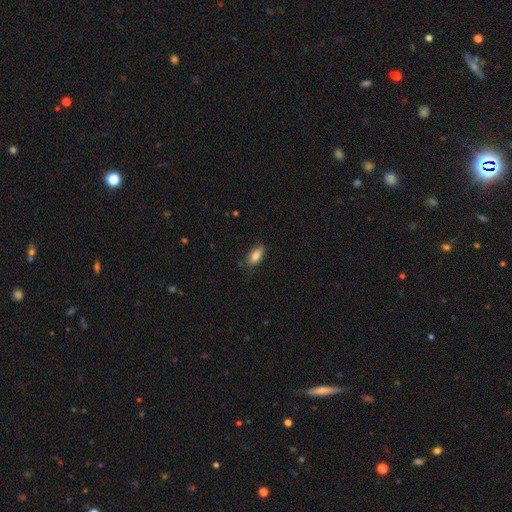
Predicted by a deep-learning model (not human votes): Smooth or featured? smooth (84%)
How rounded? in between (85%)
Merging? none (73%)